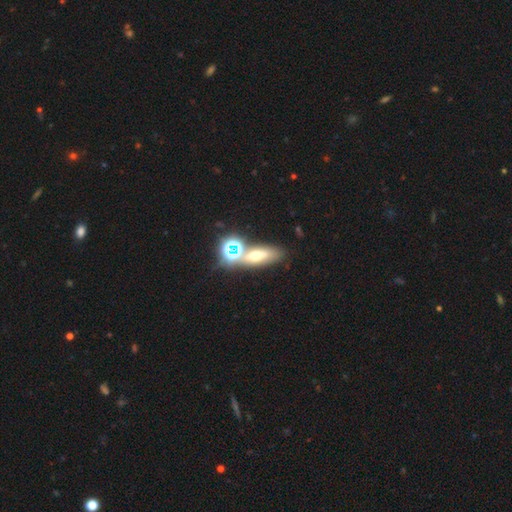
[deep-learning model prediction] Smooth or featured? smooth (43%)
Merging? none (60%)